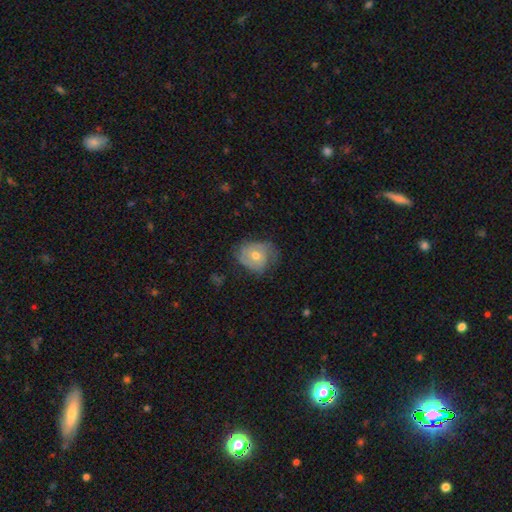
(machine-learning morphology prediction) smooth_or_featured: featured or disk (p=0.52) [alt: smooth p=0.41]
disk_edge_on: no (p=0.96) [alt: yes p=0.04]
merging: none (p=0.57) [alt: minor disturbance p=0.30]